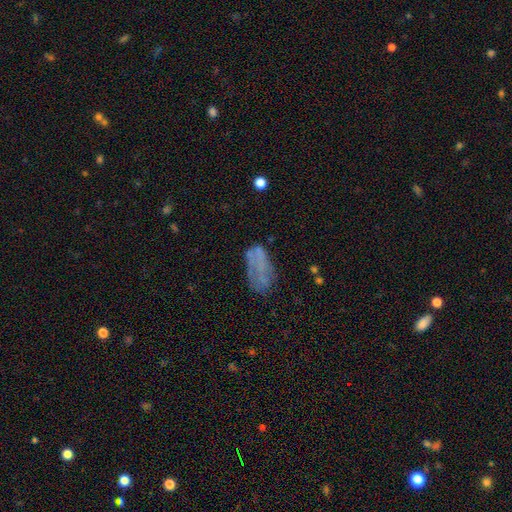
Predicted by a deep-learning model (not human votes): This appears to be a smooth galaxy with no disk features (51%) that is in between round and cigar-shaped (88%). Merging: none (37%).